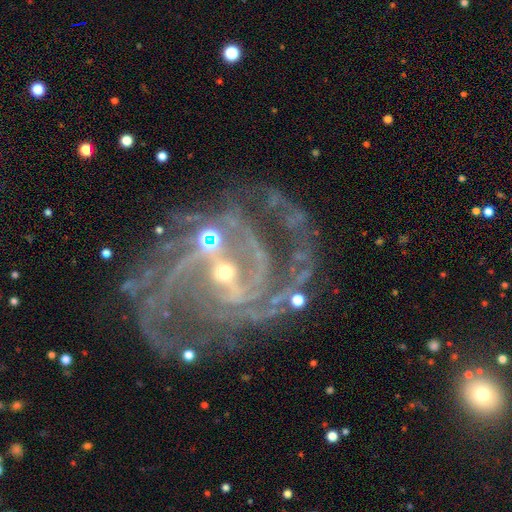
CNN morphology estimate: Smooth or featured? Predicted: featured or disk (p=0.91). Edge-on disk? Predicted: no (p=0.98). Bar? Predicted: strong (p=0.42). Spiral arms? Predicted: yes (p=0.98). Spiral winding? Predicted: medium (p=0.50). Spiral arm count? Predicted: 2 (p=0.45). Bulge size? Predicted: small (p=0.67). Merging? Predicted: none (p=0.56).